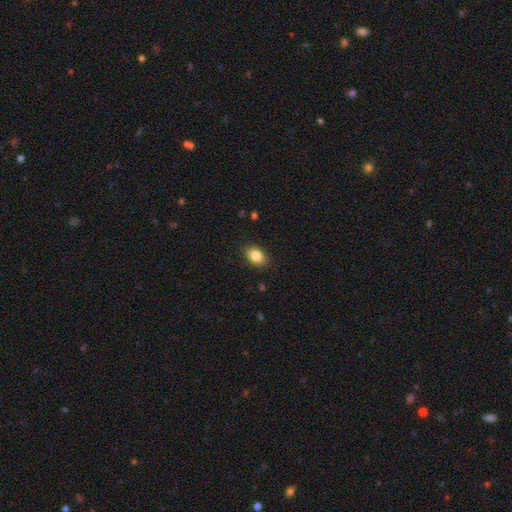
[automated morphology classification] A smooth galaxy with no disk features (86%) that is in between round and cigar-shaped (80%).

Vote fractions:
- Smooth or featured? smooth: 86% / star or artifact: 8% / featured or disk: 6%
- How rounded? in between: 80% / round: 19% / cigar-shaped: 1%
- Merging? none: 88% / minor disturbance: 9% / major disturbance: 2% / merger: 1%